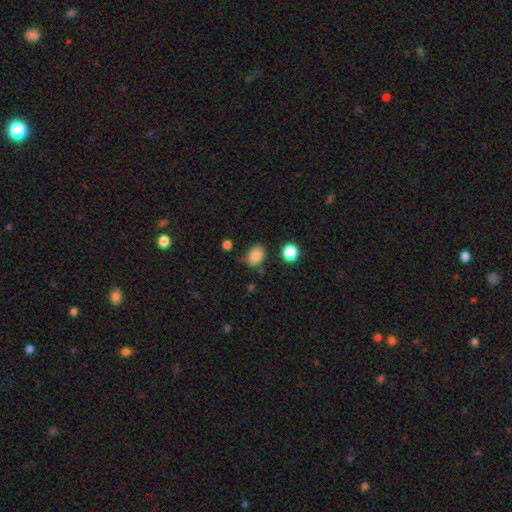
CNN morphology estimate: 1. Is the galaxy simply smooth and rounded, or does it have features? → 84% smooth, 11% star or artifact, 5% featured or disk.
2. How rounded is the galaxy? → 51% in between, 48% round, 1% cigar-shaped.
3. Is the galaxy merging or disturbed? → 68% none, 22% minor disturbance, 5% major disturbance, 4% merger.